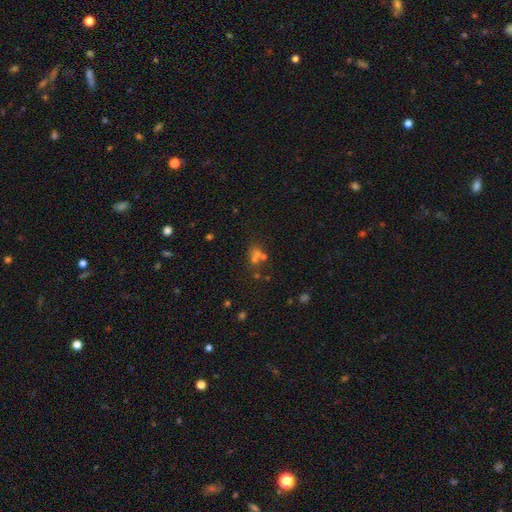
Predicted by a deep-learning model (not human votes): Smooth or featured? Predicted: smooth (p=0.44). Merging? Predicted: none (p=0.50).